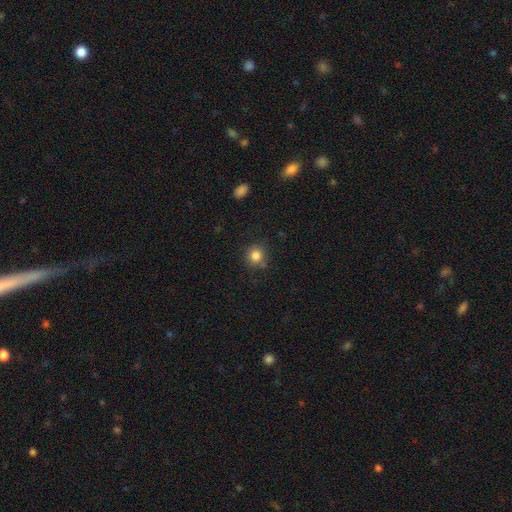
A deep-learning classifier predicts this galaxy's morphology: smooth_or_featured: smooth (p=0.84) [alt: star or artifact p=0.11]
how_rounded: round (p=0.89) [alt: in between p=0.10]
merging: none (p=0.80) [alt: minor disturbance p=0.12]